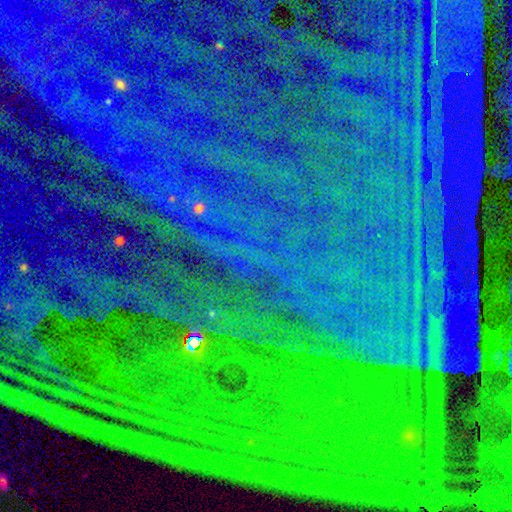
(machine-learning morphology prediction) Smooth or featured? Predicted: star or artifact (p=0.88).